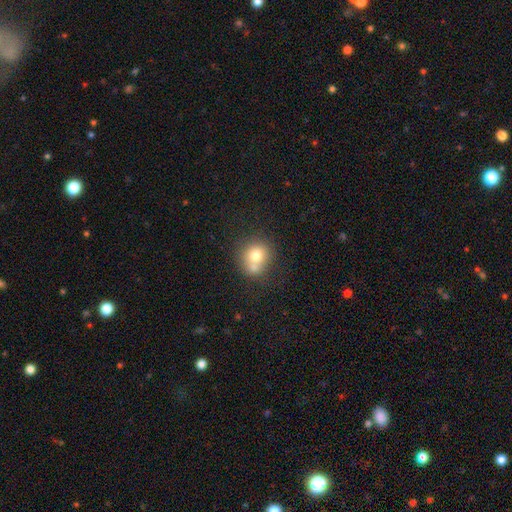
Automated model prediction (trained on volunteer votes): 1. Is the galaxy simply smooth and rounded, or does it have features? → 71% smooth, 18% featured or disk, 11% star or artifact.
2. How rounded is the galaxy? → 79% round, 20% in between, 1% cigar-shaped.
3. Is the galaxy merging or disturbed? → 46% none, 36% merger, 13% minor disturbance, 5% major disturbance.